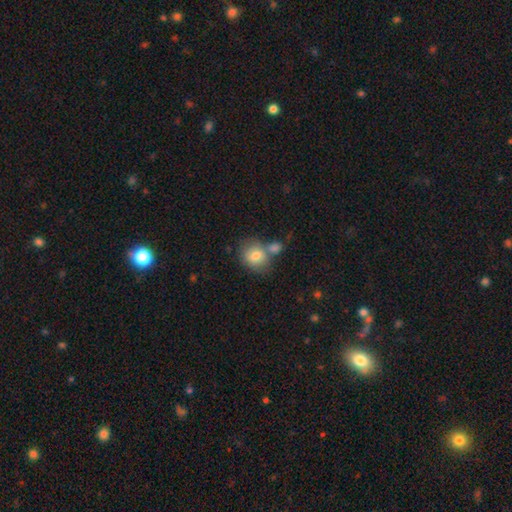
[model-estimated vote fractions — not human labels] A smooth galaxy with no disk features (78%) that is round (68%). Merging: none (46%).